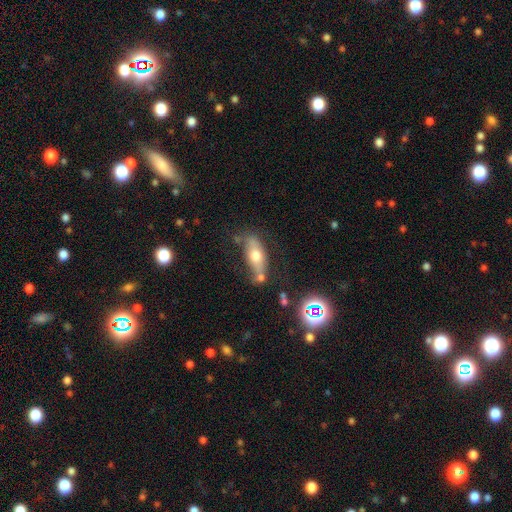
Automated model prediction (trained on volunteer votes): Q: Smooth or featured?
A: smooth (58%); runner-up: featured or disk (34%)
Q: How rounded?
A: in between (76%); runner-up: cigar-shaped (20%)
Q: Merging?
A: none (55%); runner-up: minor disturbance (21%)